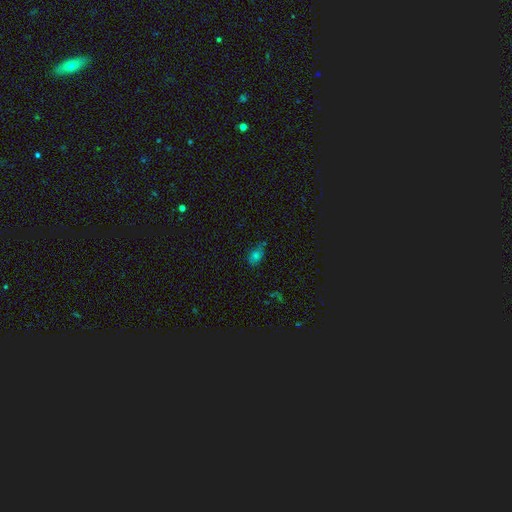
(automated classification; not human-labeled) smooth_or_featured: smooth (p=0.55) [alt: star or artifact p=0.26]
how_rounded: in between (p=0.75) [alt: round p=0.19]
merging: none (p=0.56) [alt: minor disturbance p=0.29]